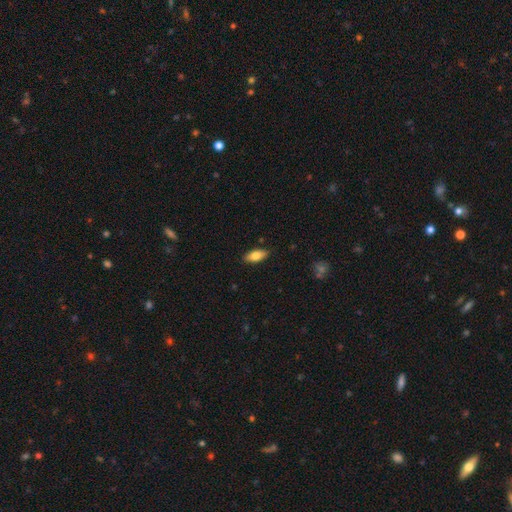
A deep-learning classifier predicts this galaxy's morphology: A smooth galaxy with no disk features (77%) that is in between round and cigar-shaped (84%). Merging: none (86%).